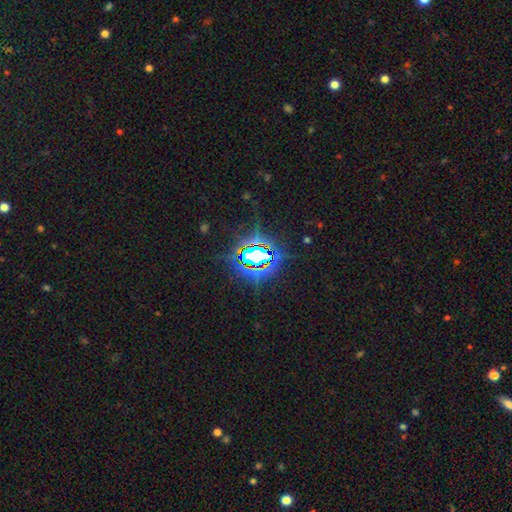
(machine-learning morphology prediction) type=star or artifact (80%).